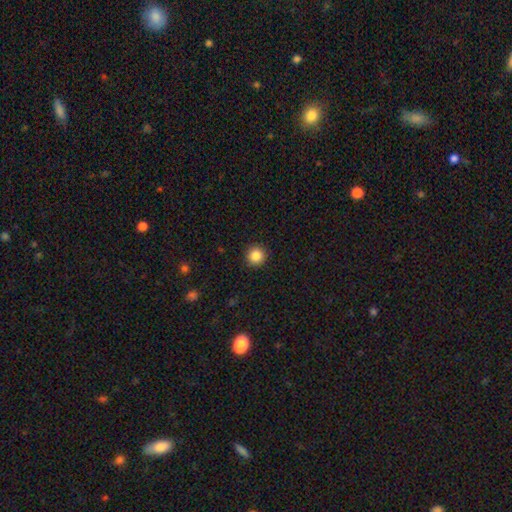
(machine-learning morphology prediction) The model was most divided on "smooth or featured": smooth: 85%, star or artifact: 10%, featured or disk: 4%. More confident: how rounded — round (96%); merging — none (93%).